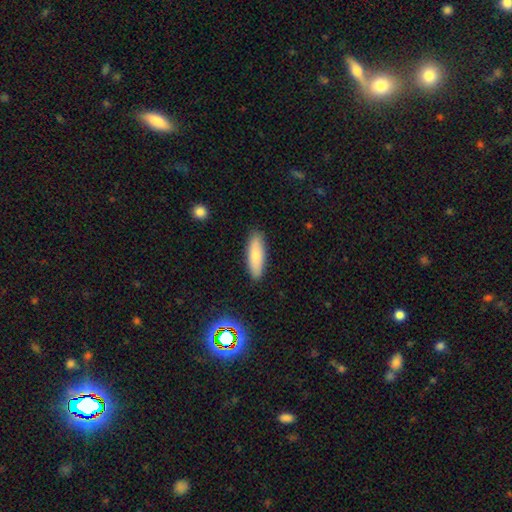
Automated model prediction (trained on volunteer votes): Smooth or featured?
  - smooth: 76% *
  - featured or disk: 18%
  - star or artifact: 7%
How rounded?
  - cigar-shaped: 51% *
  - in between: 47%
  - round: 2%
Merging?
  - none: 88% *
  - minor disturbance: 9%
  - major disturbance: 2%
  - merger: 1%